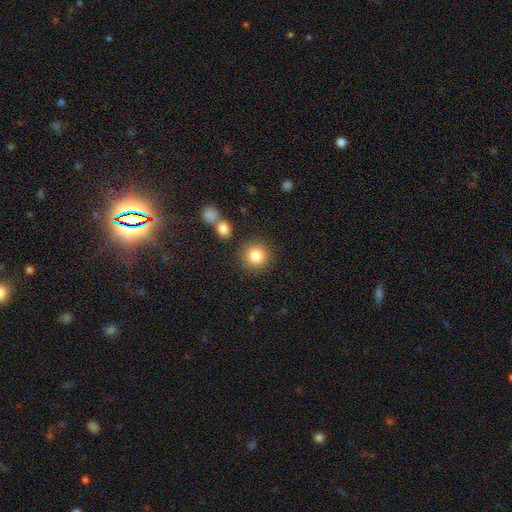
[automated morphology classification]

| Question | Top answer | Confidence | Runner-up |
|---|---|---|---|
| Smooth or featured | smooth | 84% | star or artifact (10%) |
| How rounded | round | 93% | in between (6%) |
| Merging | none | 85% | minor disturbance (7%) |